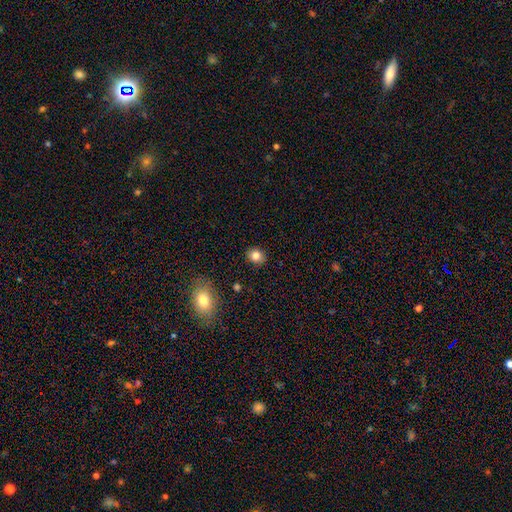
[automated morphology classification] Smooth or featured?
  - smooth: 82% *
  - star or artifact: 11%
  - featured or disk: 8%
How rounded?
  - round: 63% *
  - in between: 36%
  - cigar-shaped: 1%
Merging?
  - none: 89% *
  - minor disturbance: 8%
  - major disturbance: 2%
  - merger: 1%